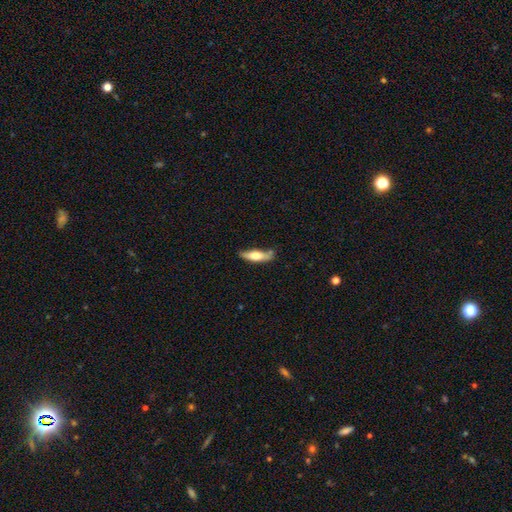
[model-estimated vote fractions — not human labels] This is likely a smooth galaxy (64%). How rounded: possibly cigar-shaped (57%). Merging: likely none (64%).